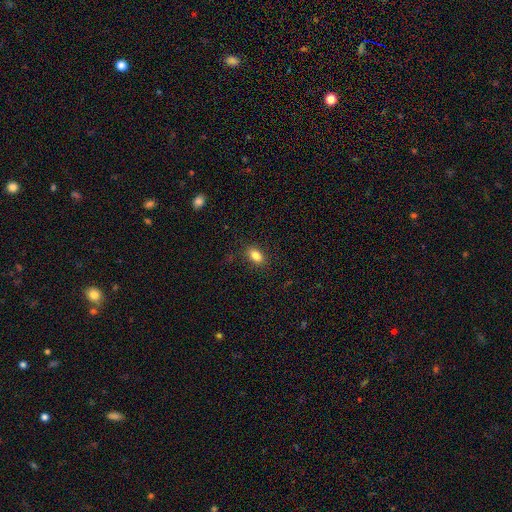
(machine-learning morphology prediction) smooth 84%, star or artifact 10%, featured or disk 6%. Down the decision tree: how rounded — in between (85%); merging — none (87%).